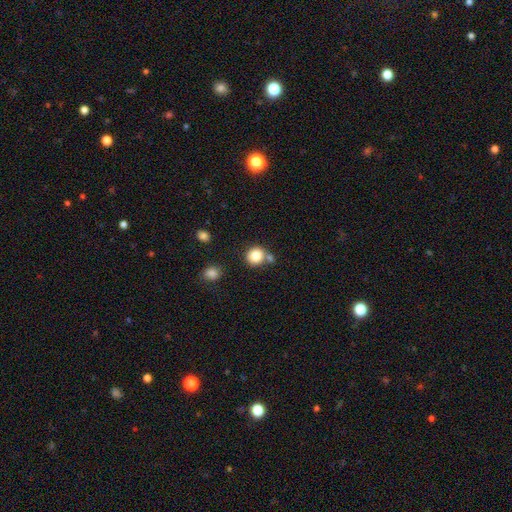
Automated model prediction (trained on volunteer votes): Morphology: type=smooth (83%); roundness=round (88%); merging=none (68%).